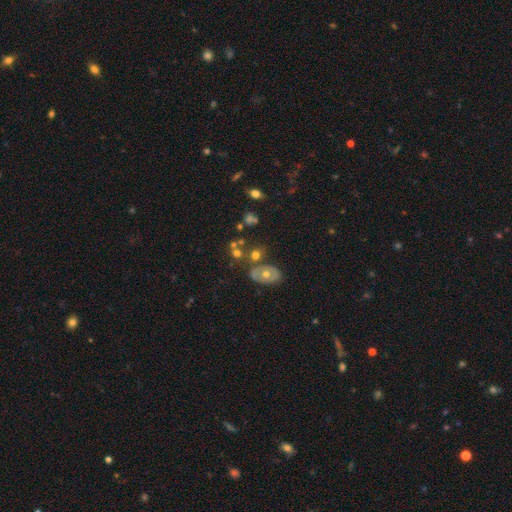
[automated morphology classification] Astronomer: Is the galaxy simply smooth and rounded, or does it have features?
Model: featured or disk — 47% (runner-up: smooth, 36%).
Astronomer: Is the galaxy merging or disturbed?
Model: none — 65%.